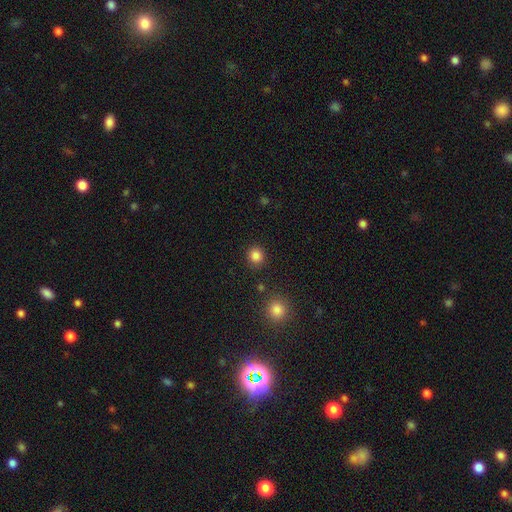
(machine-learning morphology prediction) A smooth galaxy with no disk features (85%) that is round (88%).

Vote fractions:
- Smooth or featured? smooth: 85% / star or artifact: 12% / featured or disk: 3%
- How rounded? round: 88% / in between: 11% / cigar-shaped: 1%
- Merging? none: 89% / minor disturbance: 6% / major disturbance: 2% / merger: 2%